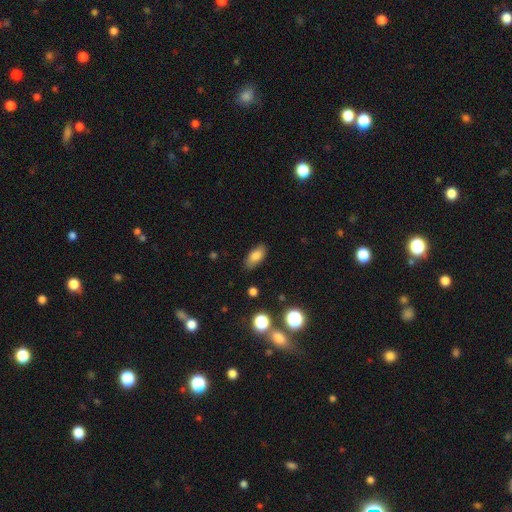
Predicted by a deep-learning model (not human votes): The model was most divided on "smooth or featured": smooth: 80%, featured or disk: 10%, star or artifact: 9%. More confident: how rounded — in between (88%); merging — none (85%).